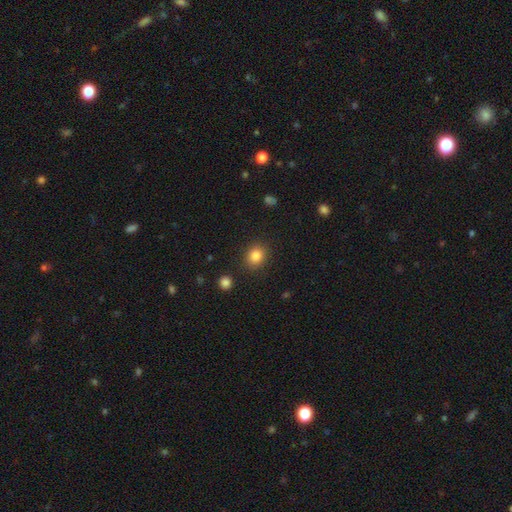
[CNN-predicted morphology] Overall: smooth (84%). How rounded: round (67%; in between 32%). Merging: none (88%).